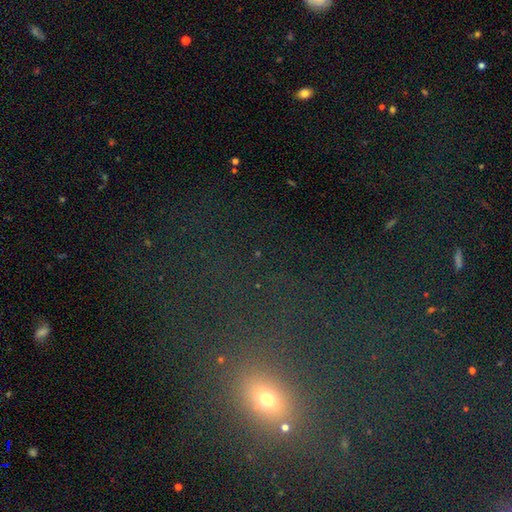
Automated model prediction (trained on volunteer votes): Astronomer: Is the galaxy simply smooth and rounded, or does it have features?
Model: star or artifact — 47% (runner-up: smooth, 38%).